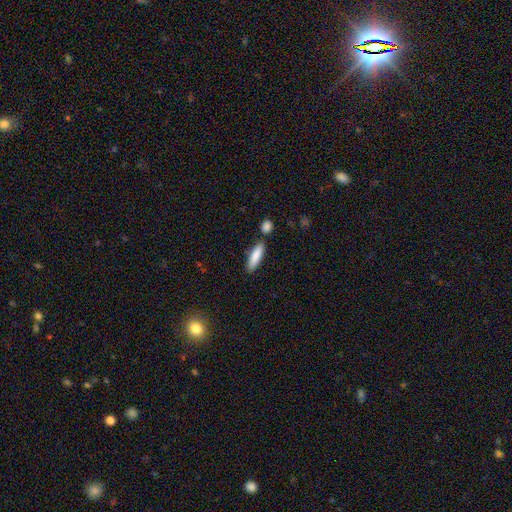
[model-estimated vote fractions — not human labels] Q: Smooth or featured?
A: smooth (84%); runner-up: featured or disk (10%)
Q: How rounded?
A: cigar-shaped (64%); runner-up: in between (34%)
Q: Merging?
A: none (76%); runner-up: minor disturbance (12%)